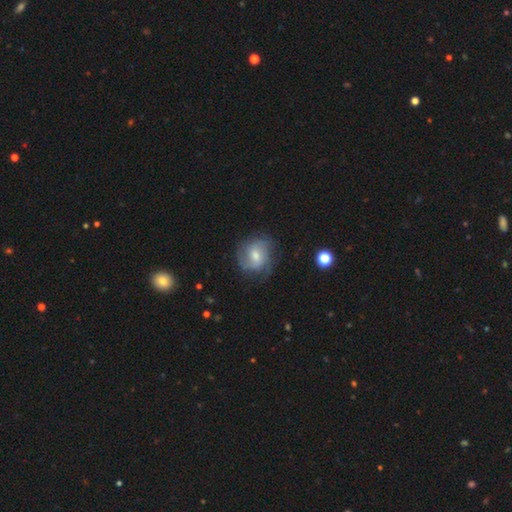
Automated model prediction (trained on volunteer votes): Q: Smooth or featured?
A: featured or disk (57%); runner-up: smooth (35%)
Q: Edge-on disk?
A: no (97%); runner-up: yes (3%)
Q: Bar?
A: weak (47%); runner-up: no (44%)
Q: Spiral arms?
A: yes (82%); runner-up: no (18%)
Q: Bulge size?
A: moderate (55%); runner-up: small (34%)
Q: Merging?
A: none (61%); runner-up: minor disturbance (25%)